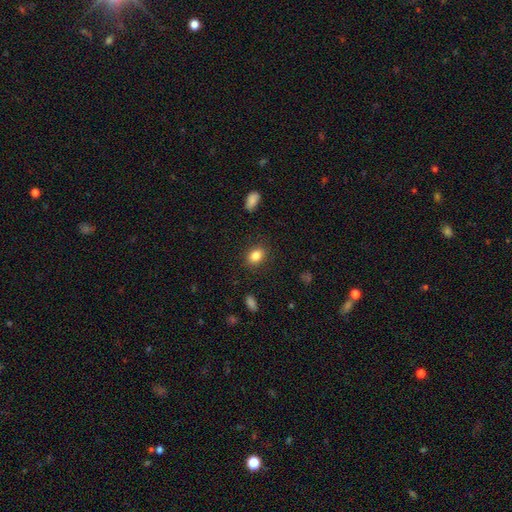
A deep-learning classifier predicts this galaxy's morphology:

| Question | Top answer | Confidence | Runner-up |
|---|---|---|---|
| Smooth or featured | smooth | 85% | star or artifact (9%) |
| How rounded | in between | 71% | round (28%) |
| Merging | none | 86% | minor disturbance (10%) |